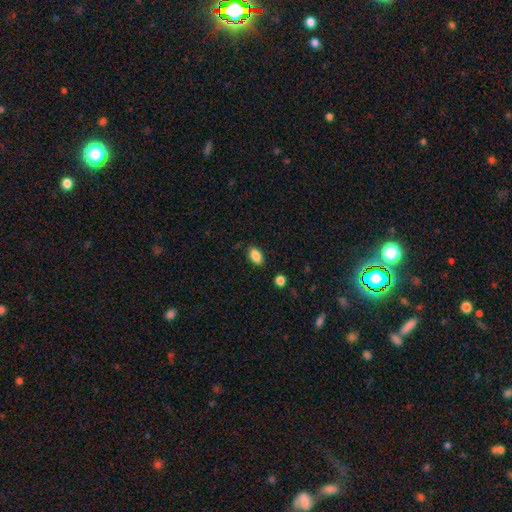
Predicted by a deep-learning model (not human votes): Smooth or featured? Predicted: smooth (p=0.87). How rounded? Predicted: in between (p=0.90). Merging? Predicted: none (p=0.86).